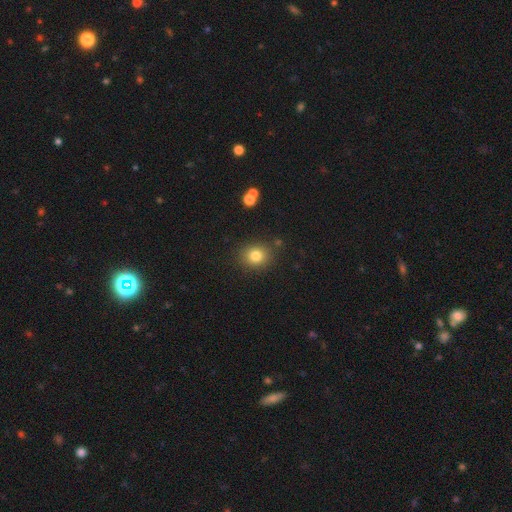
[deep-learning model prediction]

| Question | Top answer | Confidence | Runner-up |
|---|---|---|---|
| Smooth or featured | smooth | 82% | star or artifact (12%) |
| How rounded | round | 73% | in between (26%) |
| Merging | none | 84% | minor disturbance (10%) |